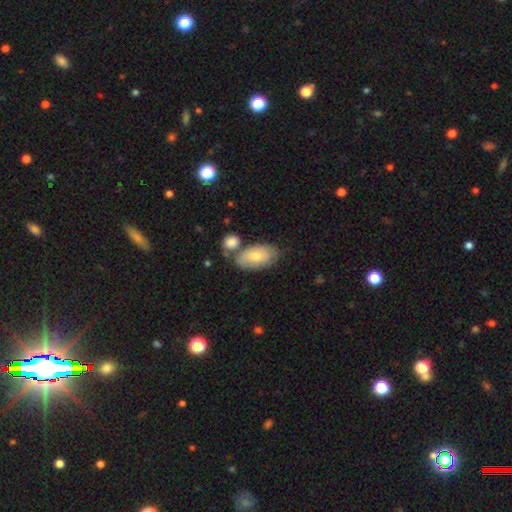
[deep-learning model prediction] A smooth galaxy with no disk features (64%) that is in between round and cigar-shaped (92%).

Vote fractions:
- Smooth or featured? smooth: 64% / featured or disk: 29% / star or artifact: 7%
- How rounded? in between: 92% / round: 5% / cigar-shaped: 3%
- Merging? none: 58% / merger: 19% / minor disturbance: 18% / major disturbance: 5%